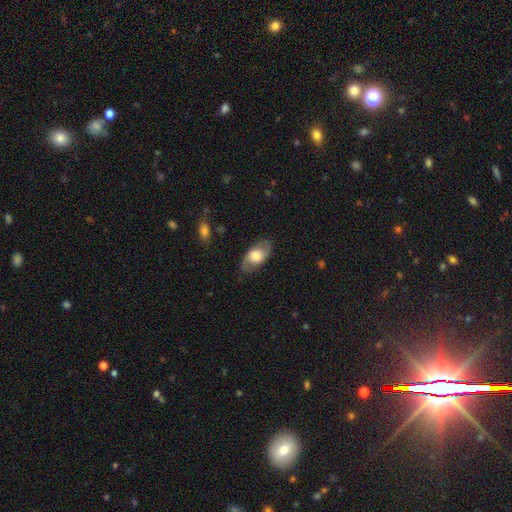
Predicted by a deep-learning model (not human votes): A featured or disk galaxy (47%, tied with smooth).

Vote fractions:
- Smooth or featured? featured or disk: 47% (tied) / smooth: 47% (tied) / star or artifact: 6%
- Merging? none: 80% / minor disturbance: 14% / major disturbance: 5% / merger: 1%